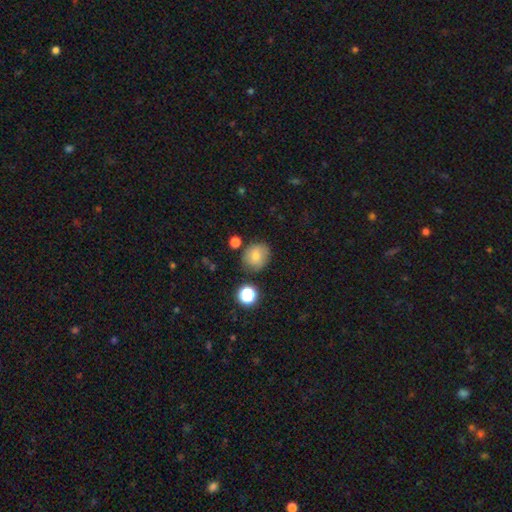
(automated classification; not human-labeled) Smooth or featured? smooth (74%)
How rounded? round (77%)
Merging? none (76%)